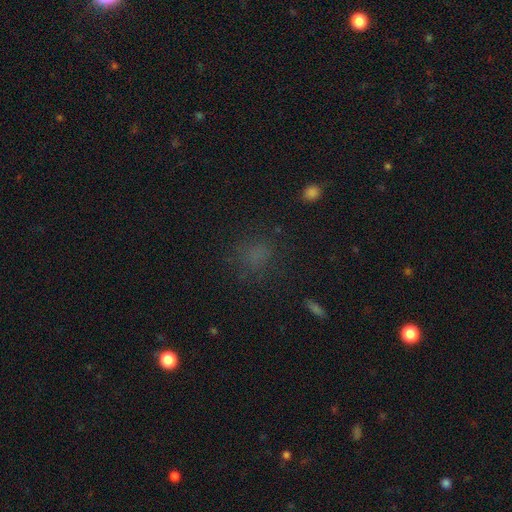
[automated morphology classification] Q: Smooth or featured?
A: smooth (64%); runner-up: star or artifact (27%)
Q: How rounded?
A: round (71%); runner-up: in between (27%)
Q: Merging?
A: none (74%); runner-up: minor disturbance (15%)